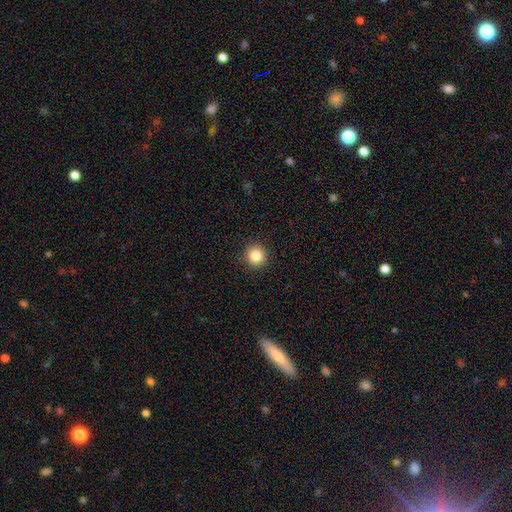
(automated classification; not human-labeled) Morphology: type=smooth (85%); roundness=round (95%); merging=none (92%).